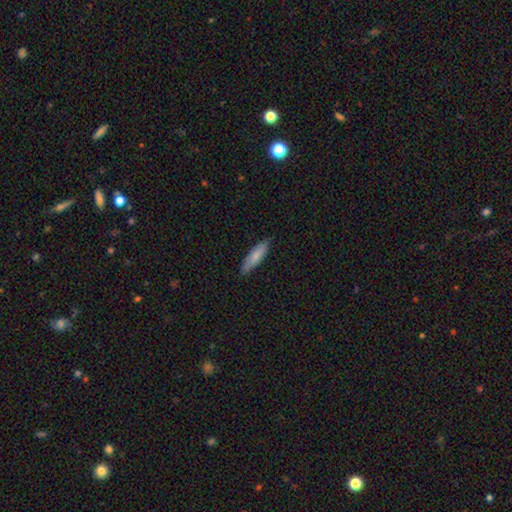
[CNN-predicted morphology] This is likely a smooth galaxy (79%). How rounded: likely cigar-shaped (69%). Merging: clearly none (83%).